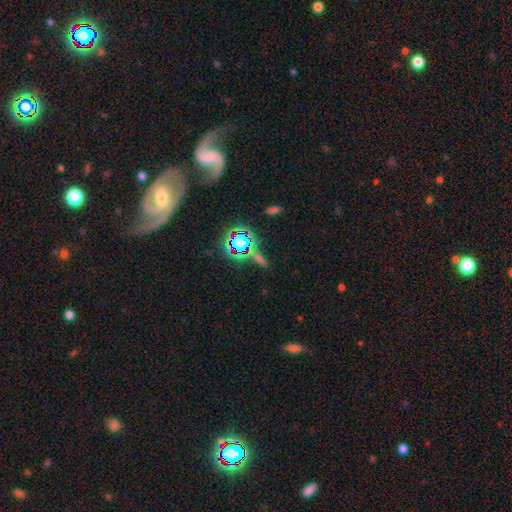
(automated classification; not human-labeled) The model was most divided on "smooth or featured": star or artifact: 50%, featured or disk: 27%, smooth: 23%.